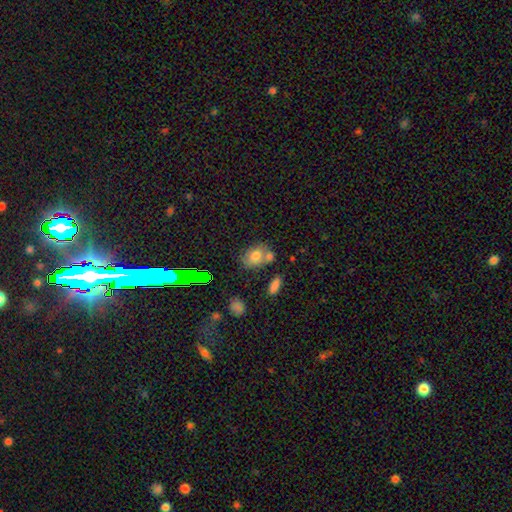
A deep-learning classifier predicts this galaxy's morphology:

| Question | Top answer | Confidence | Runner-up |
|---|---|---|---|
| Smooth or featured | smooth | 71% | featured or disk (15%) |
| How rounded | in between | 67% | round (31%) |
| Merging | none | 49% | merger (31%) |